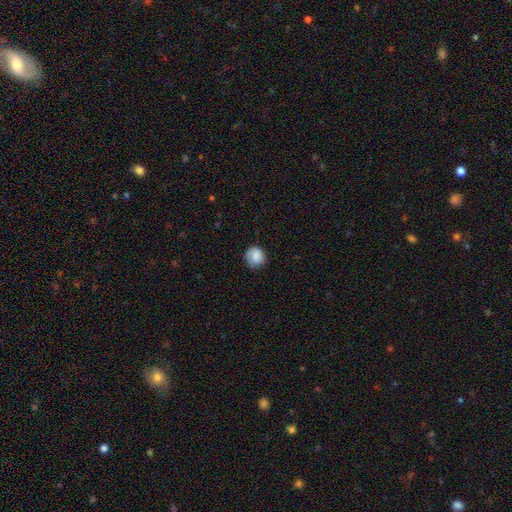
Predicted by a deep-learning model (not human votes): Smooth or featured? smooth (80%)
How rounded? round (87%)
Merging? none (75%)